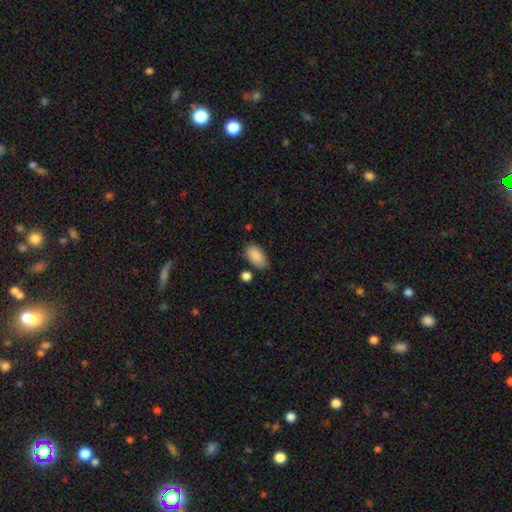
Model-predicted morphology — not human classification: smooth 89%, star or artifact 7%, featured or disk 5%. Down the decision tree: how rounded — in between (94%); merging — none (74%).